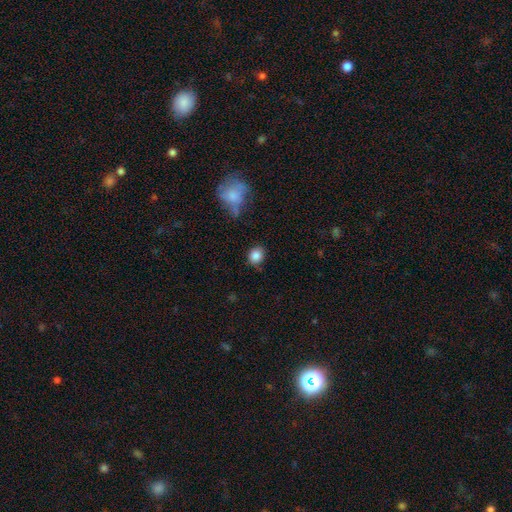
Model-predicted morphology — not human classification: Q: Smooth or featured?
A: smooth (85%); runner-up: star or artifact (9%)
Q: How rounded?
A: round (71%); runner-up: in between (27%)
Q: Merging?
A: none (76%); runner-up: minor disturbance (17%)